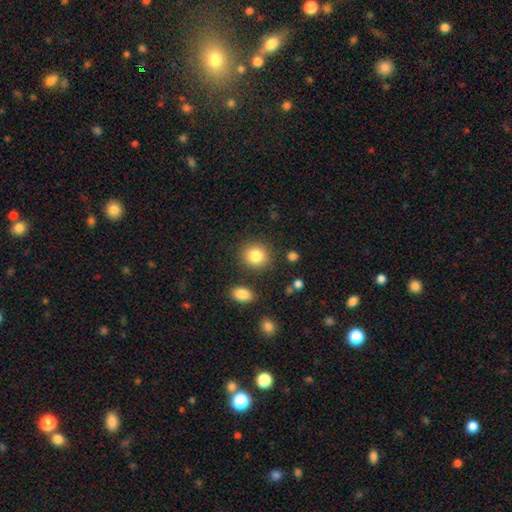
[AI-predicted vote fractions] smooth_or_featured: smooth (p=0.84) [alt: star or artifact p=0.09]
how_rounded: round (p=0.82) [alt: in between p=0.17]
merging: none (p=0.86) [alt: minor disturbance p=0.08]